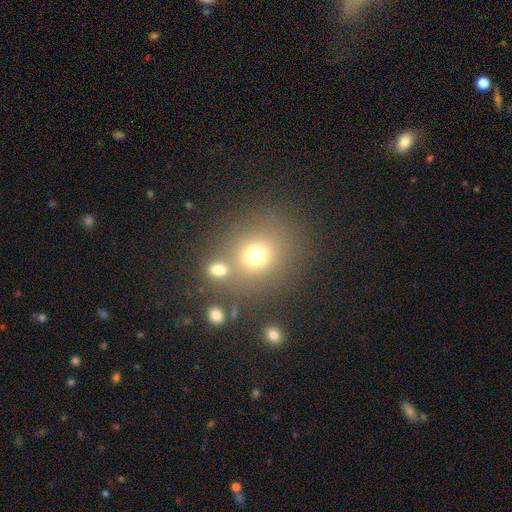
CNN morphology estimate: Overall: smooth (70%). How rounded: round (81%). Merging: none (65%).